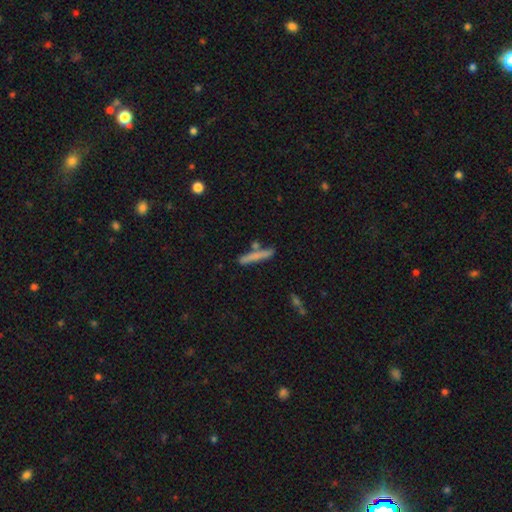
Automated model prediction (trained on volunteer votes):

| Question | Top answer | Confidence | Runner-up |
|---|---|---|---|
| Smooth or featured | smooth | 68% | featured or disk (25%) |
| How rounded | cigar-shaped | 94% | in between (5%) |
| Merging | none | 76% | minor disturbance (12%) |